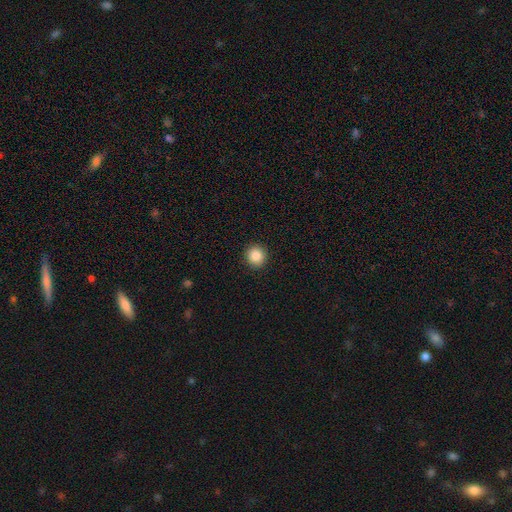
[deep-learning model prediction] smooth_or_featured: smooth (p=0.86) [alt: star or artifact p=0.10]
how_rounded: round (p=0.94) [alt: in between p=0.05]
merging: none (p=0.93) [alt: minor disturbance p=0.05]